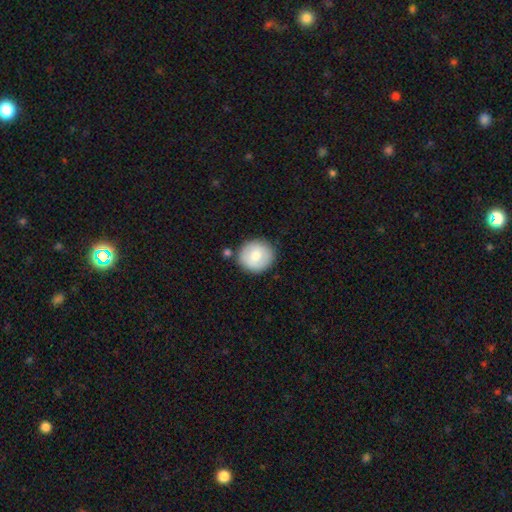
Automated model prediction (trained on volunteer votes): smooth 76%, featured or disk 17%, star or artifact 7%. Down the decision tree: how rounded — round (89%); merging — none (83%).